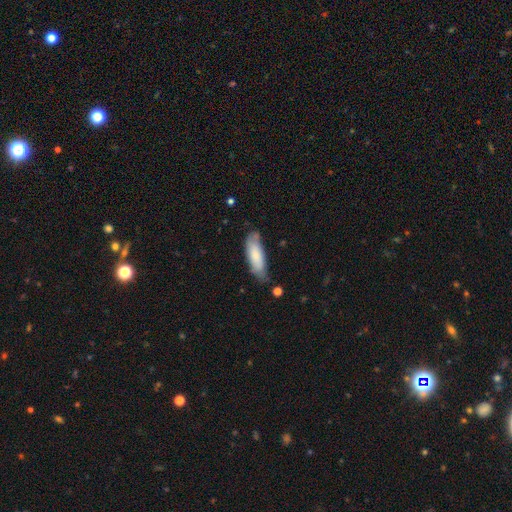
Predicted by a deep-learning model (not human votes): This is likely a smooth galaxy (75%). How rounded: possibly in between (60%). Merging: likely none (66%).